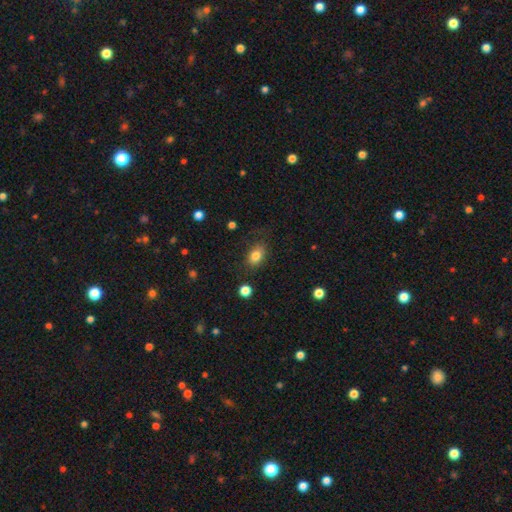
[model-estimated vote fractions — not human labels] A smooth galaxy with no disk features (82%) that is in between round and cigar-shaped (75%).

Vote fractions:
- Smooth or featured? smooth: 82% / star or artifact: 10% / featured or disk: 8%
- How rounded? in between: 75% / round: 23% / cigar-shaped: 2%
- Merging? none: 75% / minor disturbance: 17% / major disturbance: 6% / merger: 2%